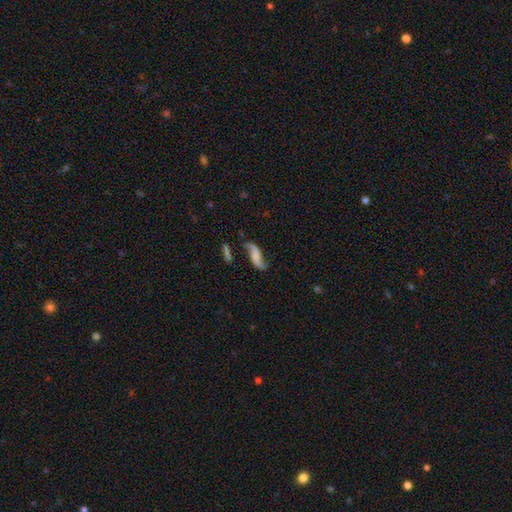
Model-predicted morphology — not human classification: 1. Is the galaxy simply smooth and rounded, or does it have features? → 72% featured or disk, 20% smooth, 8% star or artifact.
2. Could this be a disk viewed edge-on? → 91% no, 9% yes.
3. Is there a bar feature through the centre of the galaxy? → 54% no, 30% weak, 15% strong.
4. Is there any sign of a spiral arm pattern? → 93% yes, 7% no.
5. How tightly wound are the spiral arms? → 88% loose, 9% medium, 3% tight.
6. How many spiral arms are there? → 91% 2, 4% 1, 2% can't tell, 1% 3, 1% 4, 1% more than 4.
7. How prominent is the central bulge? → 59% none, 16% small, 12% moderate, 10% large, 4% dominant.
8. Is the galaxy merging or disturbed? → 64% none, 18% minor disturbance, 11% major disturbance, 7% merger.